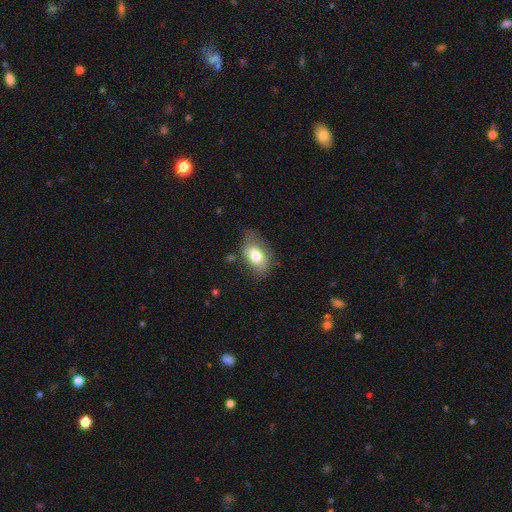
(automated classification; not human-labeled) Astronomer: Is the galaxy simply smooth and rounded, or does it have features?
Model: smooth — 72%.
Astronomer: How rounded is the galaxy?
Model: in between — 87%.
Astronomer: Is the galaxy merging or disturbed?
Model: none — 58%.